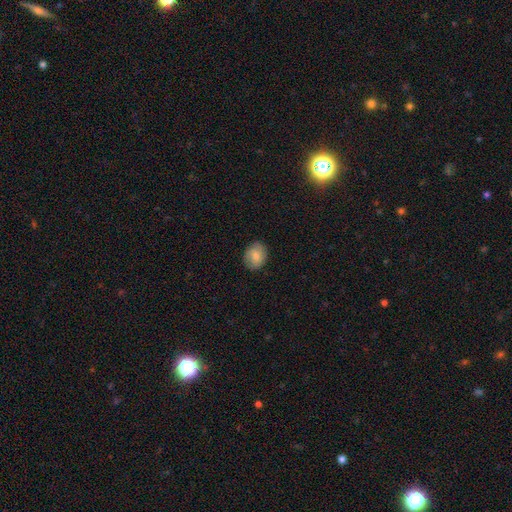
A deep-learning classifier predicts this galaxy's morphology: Smooth or featured? smooth (79%)
How rounded? round (50%)
Merging? none (84%)